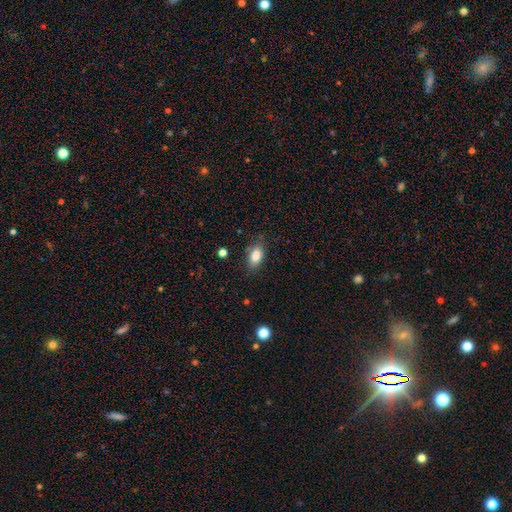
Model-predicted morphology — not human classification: smooth 83%, featured or disk 9%, star or artifact 8%. Down the decision tree: how rounded — in between (88%); merging — none (79%).